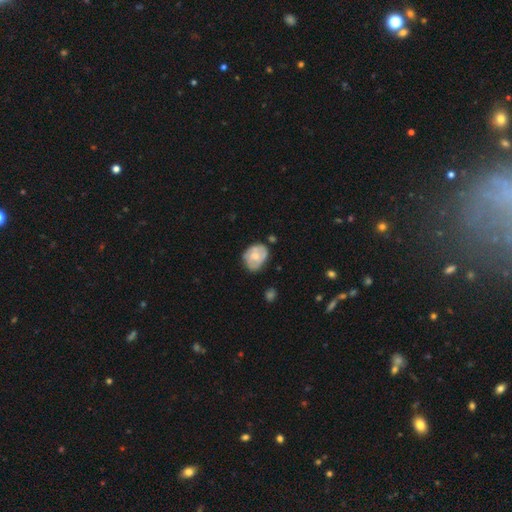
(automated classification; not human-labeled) Smooth or featured: smooth — 53% (featured or disk — 40%)
How rounded: in between — 59% (round — 40%)
Merging: none — 59% (minor disturbance — 30%)